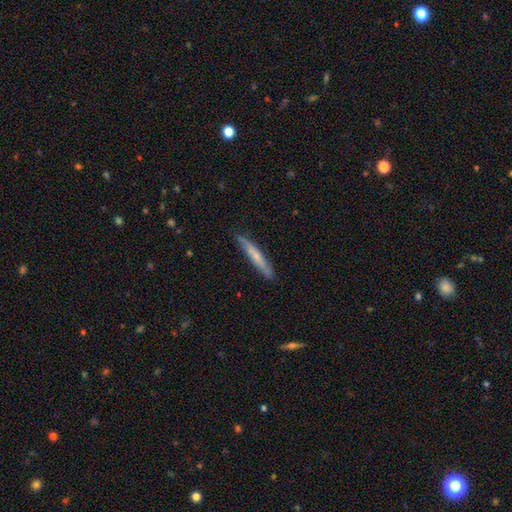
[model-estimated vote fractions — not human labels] A smooth galaxy with no disk features (53%) that is cigar-shaped (95%). Merging: none (85%).